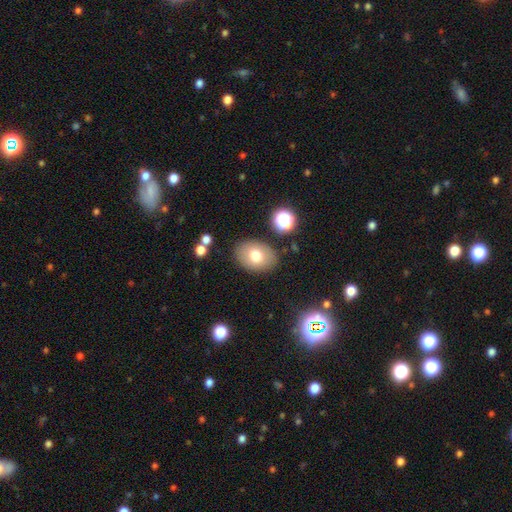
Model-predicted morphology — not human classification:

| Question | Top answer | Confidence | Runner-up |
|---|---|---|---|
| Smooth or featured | smooth | 74% | featured or disk (17%) |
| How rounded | in between | 73% | round (26%) |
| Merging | none | 84% | minor disturbance (10%) |